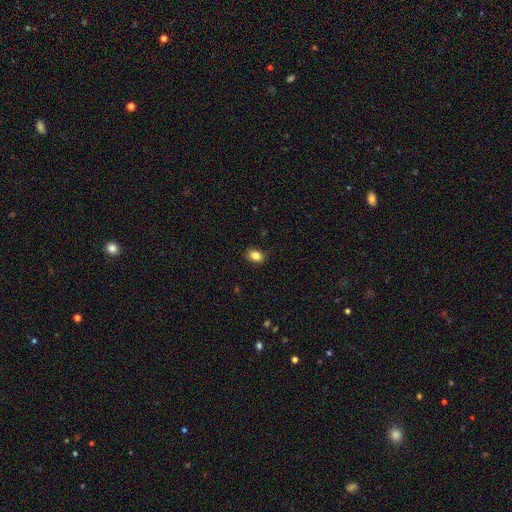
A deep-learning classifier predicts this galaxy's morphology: Smooth or featured? Predicted: smooth (p=0.84). How rounded? Predicted: in between (p=0.69). Merging? Predicted: none (p=0.89).